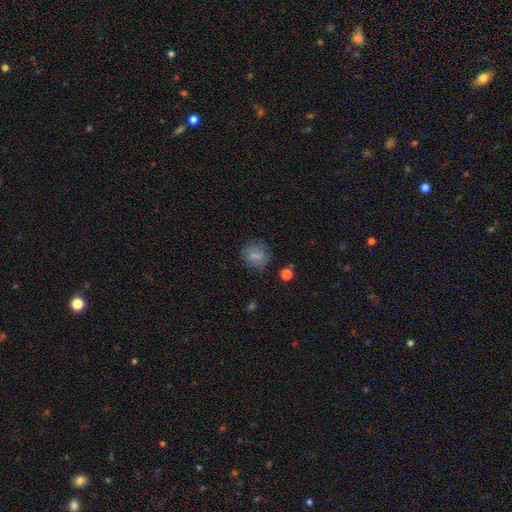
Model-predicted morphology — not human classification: Smooth or featured: smooth — 76% (featured or disk — 13%)
How rounded: round — 73% (in between — 26%)
Merging: none — 76% (minor disturbance — 15%)